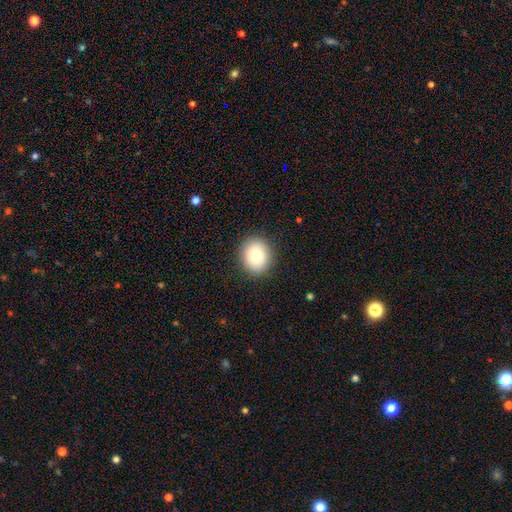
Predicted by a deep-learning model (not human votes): Overall: smooth (81%). How rounded: round (67%; in between 32%). Merging: none (89%).